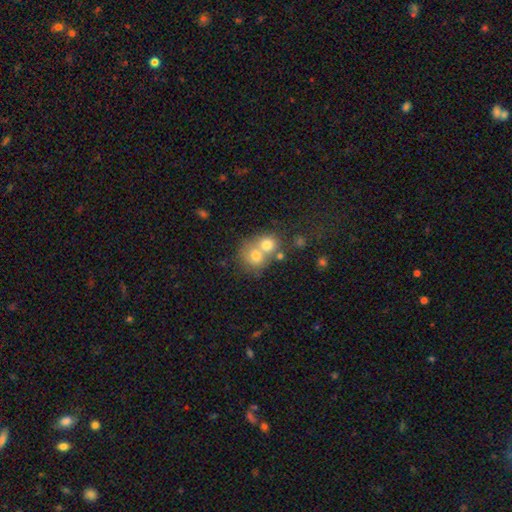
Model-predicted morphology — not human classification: smooth-or-featured: smooth: 70% | featured or disk: 19% | star or artifact: 11%
  how-rounded: round: 74% | in between: 25% | cigar-shaped: 1%
  merging: merger: 63% | none: 28% | minor disturbance: 6% | major disturbance: 3%